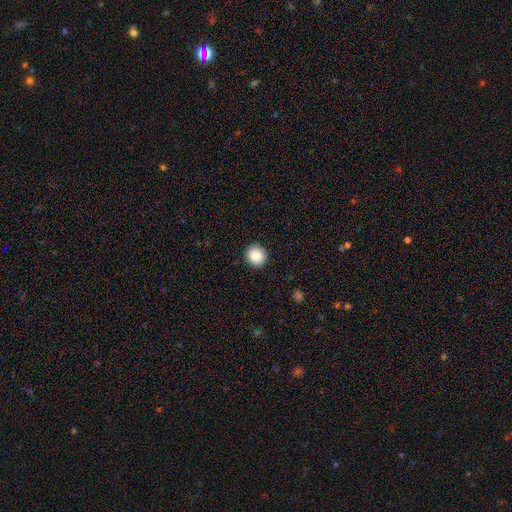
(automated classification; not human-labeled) The model was most divided on "smooth or featured": smooth: 86%, star or artifact: 9%, featured or disk: 5%. More confident: merging — none (92%); how rounded — round (91%).